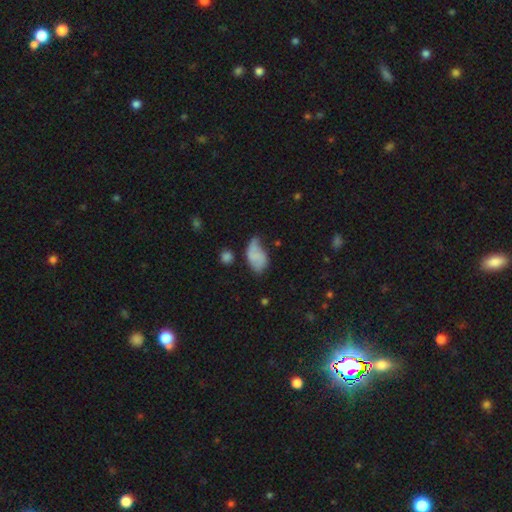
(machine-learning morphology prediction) Smooth or featured: smooth — 58% (featured or disk — 32%)
How rounded: in between — 89% (round — 9%)
Merging: minor disturbance — 40% (none — 34%)